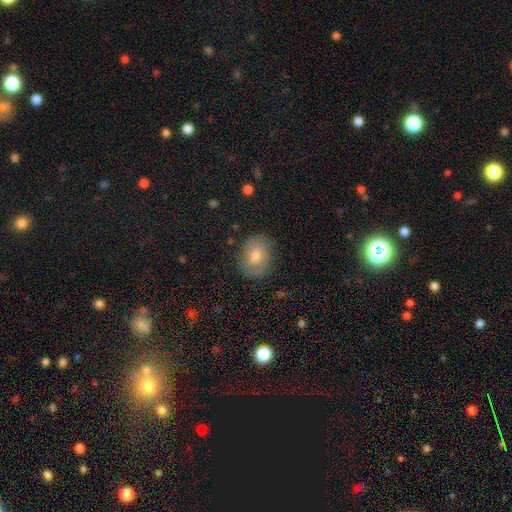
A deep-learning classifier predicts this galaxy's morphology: Smooth or featured?
  - smooth: 55% *
  - featured or disk: 34%
  - star or artifact: 10%
How rounded?
  - in between: 56% *
  - round: 43%
  - cigar-shaped: 1%
Merging?
  - none: 82% *
  - minor disturbance: 13%
  - major disturbance: 4%
  - merger: 1%